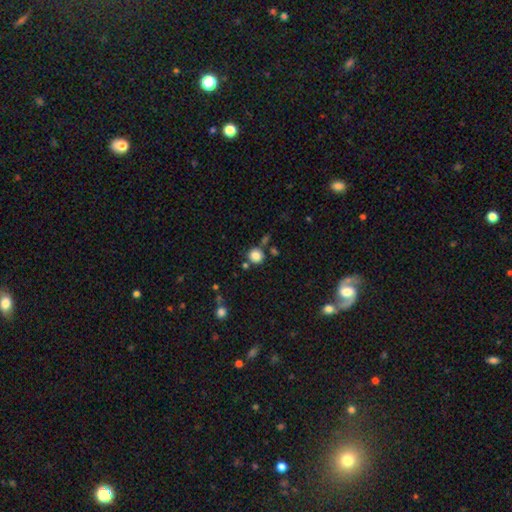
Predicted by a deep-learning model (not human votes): smooth 84%, star or artifact 11%, featured or disk 5%. Down the decision tree: how rounded — round (91%); merging — none (75%).